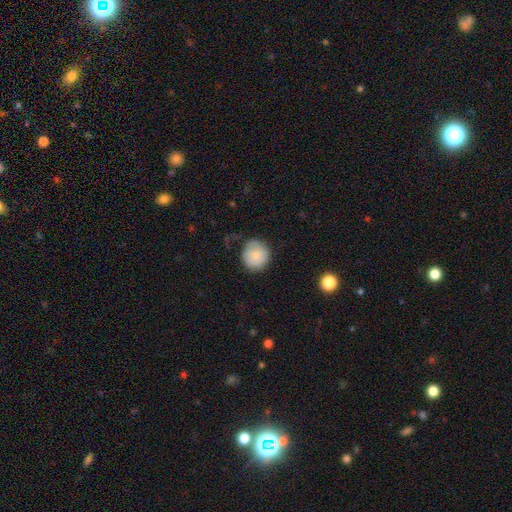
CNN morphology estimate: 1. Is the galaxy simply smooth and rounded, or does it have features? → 79% smooth, 13% featured or disk, 7% star or artifact.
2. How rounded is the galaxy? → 91% round, 8% in between, 1% cigar-shaped.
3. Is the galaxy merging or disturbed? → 65% none, 25% minor disturbance, 8% major disturbance, 2% merger.